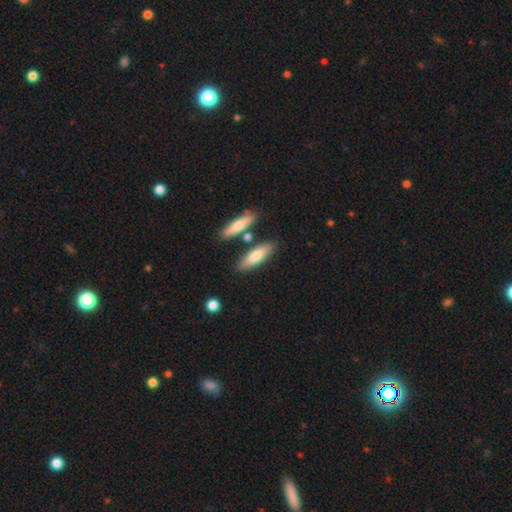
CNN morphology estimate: This appears to be a smooth galaxy with no disk features (75%) that is in between round and cigar-shaped (50%). Merging: none (75%).